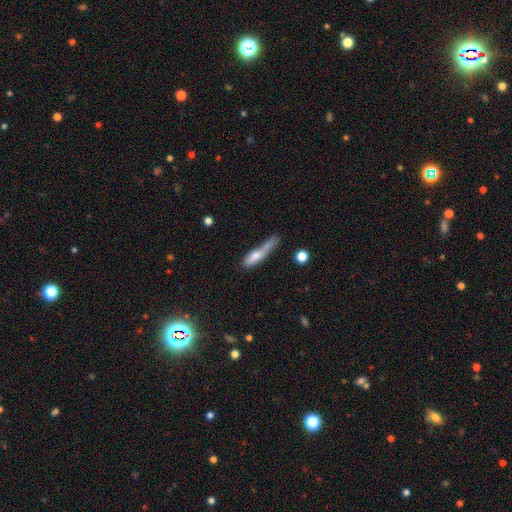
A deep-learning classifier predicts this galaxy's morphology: Smooth or featured? Predicted: smooth (p=0.67). How rounded? Predicted: cigar-shaped (p=0.79). Merging? Predicted: none (p=0.33).